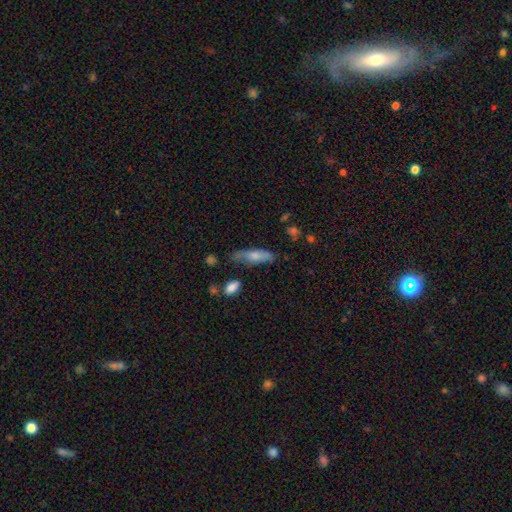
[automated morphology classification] smooth_or_featured: smooth (p=0.69) [alt: featured or disk p=0.24]
how_rounded: cigar-shaped (p=0.53) [alt: in between p=0.44]
merging: none (p=0.59) [alt: minor disturbance p=0.29]